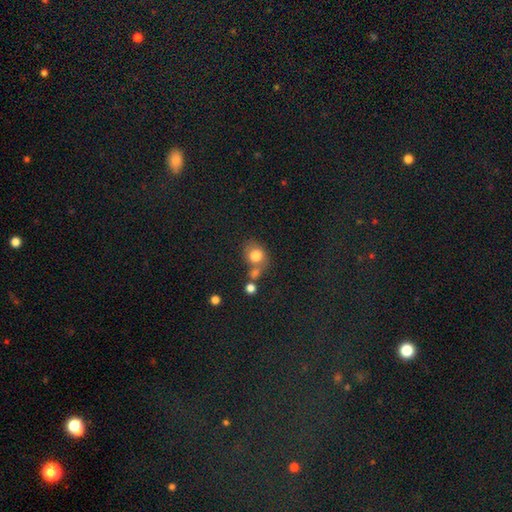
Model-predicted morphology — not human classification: Smooth or featured?
  - smooth: 79% *
  - star or artifact: 11%
  - featured or disk: 11%
How rounded?
  - round: 69% *
  - in between: 30%
  - cigar-shaped: 1%
Merging?
  - none: 50% *
  - merger: 28%
  - minor disturbance: 15%
  - major disturbance: 7%